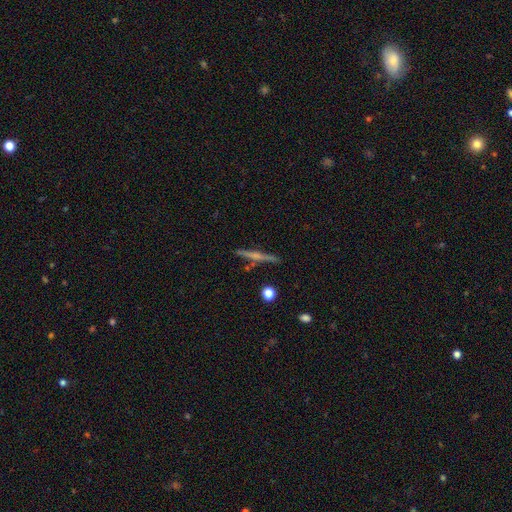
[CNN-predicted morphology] Smooth or featured?
  - featured or disk: 60% *
  - smooth: 33%
  - star or artifact: 7%
Edge-on disk?
  - yes: 98% *
  - no: 2%
Edge-on bulge?
  - rounded: 53% *
  - none: 35%
  - boxy: 13%
Merging?
  - none: 88% *
  - minor disturbance: 8%
  - merger: 3%
  - major disturbance: 2%